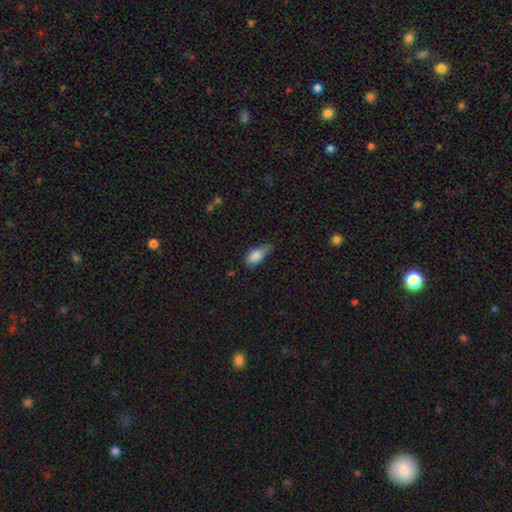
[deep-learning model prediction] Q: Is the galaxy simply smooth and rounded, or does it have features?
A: smooth — 84%.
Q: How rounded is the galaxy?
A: in between — 85%.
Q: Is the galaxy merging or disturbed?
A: minor disturbance — 44%, tied with none.